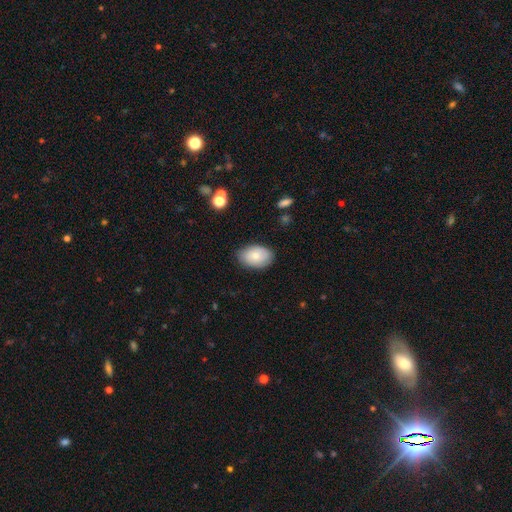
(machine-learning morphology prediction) Smooth or featured?
  - smooth: 78% *
  - featured or disk: 15%
  - star or artifact: 7%
How rounded?
  - in between: 89% *
  - round: 10%
  - cigar-shaped: 1%
Merging?
  - none: 82% *
  - minor disturbance: 14%
  - major disturbance: 3%
  - merger: 1%